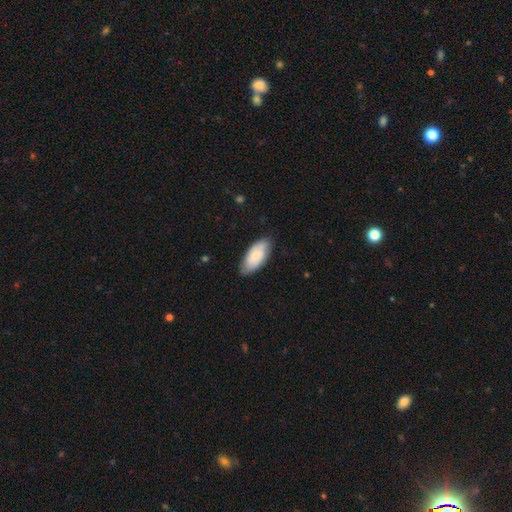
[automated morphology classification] type=smooth (73%); roundness=in between (90%); merging=none (77%).